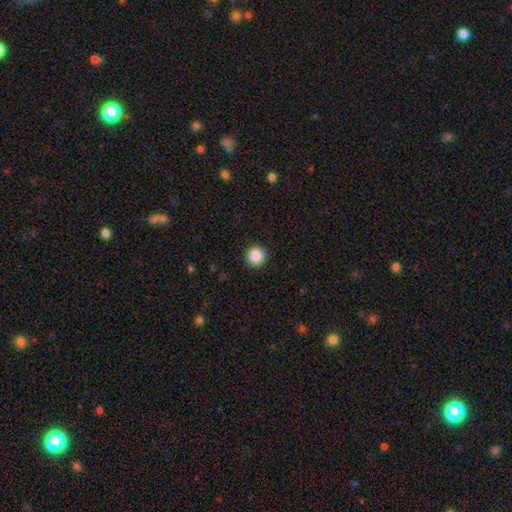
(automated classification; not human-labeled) smooth-or-featured: smooth: 87% | star or artifact: 9% | featured or disk: 4%
  how-rounded: round: 96% | in between: 3% | cigar-shaped: 1%
  merging: none: 93% | minor disturbance: 4% | major disturbance: 2% | merger: 1%